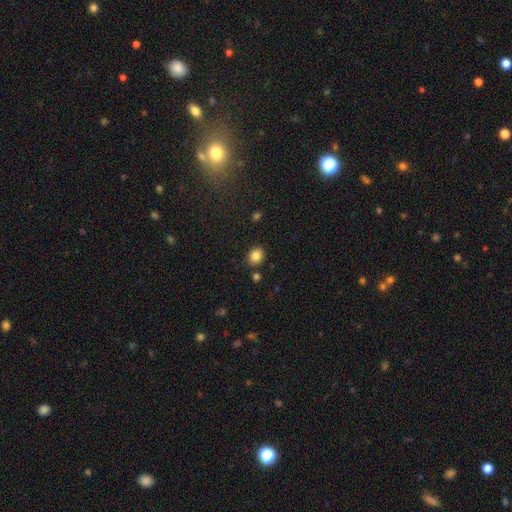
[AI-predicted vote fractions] smooth_or_featured: smooth (p=0.85) [alt: star or artifact p=0.10]
how_rounded: round (p=0.69) [alt: in between p=0.30]
merging: none (p=0.85) [alt: minor disturbance p=0.08]